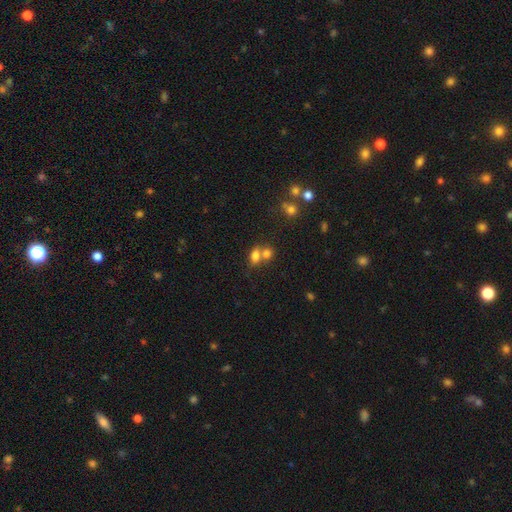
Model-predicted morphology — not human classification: Smooth or featured? smooth (76%)
How rounded? in between (73%)
Merging? merger (53%)